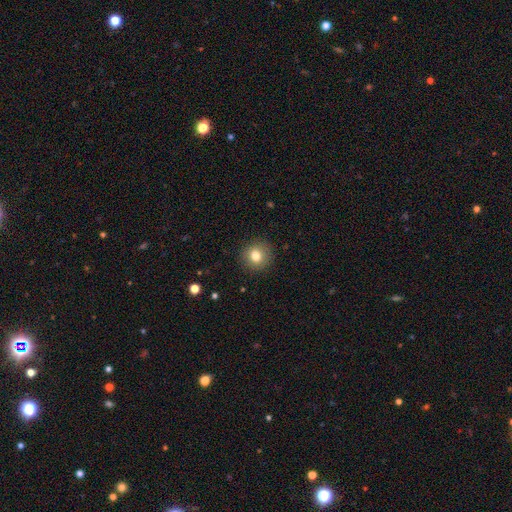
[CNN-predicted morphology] Smooth or featured? Predicted: smooth (p=0.80). How rounded? Predicted: round (p=0.90). Merging? Predicted: none (p=0.91).